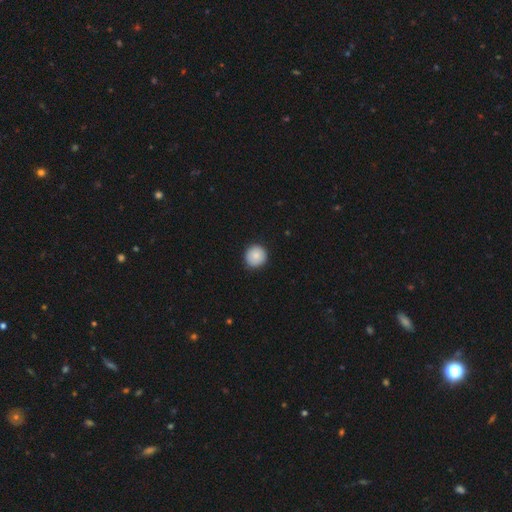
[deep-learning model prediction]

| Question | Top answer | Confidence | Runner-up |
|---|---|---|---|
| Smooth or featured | smooth | 87% | star or artifact (7%) |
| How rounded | round | 94% | in between (5%) |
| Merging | none | 90% | minor disturbance (7%) |